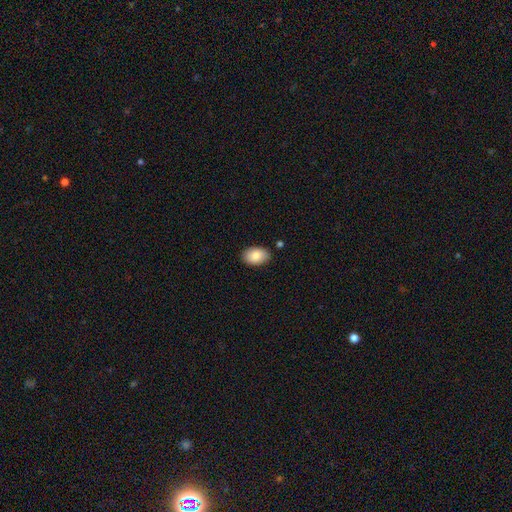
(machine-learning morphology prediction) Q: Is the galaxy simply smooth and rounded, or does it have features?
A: smooth — 85%.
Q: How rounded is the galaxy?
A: in between — 90%.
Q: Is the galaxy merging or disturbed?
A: none — 85%.